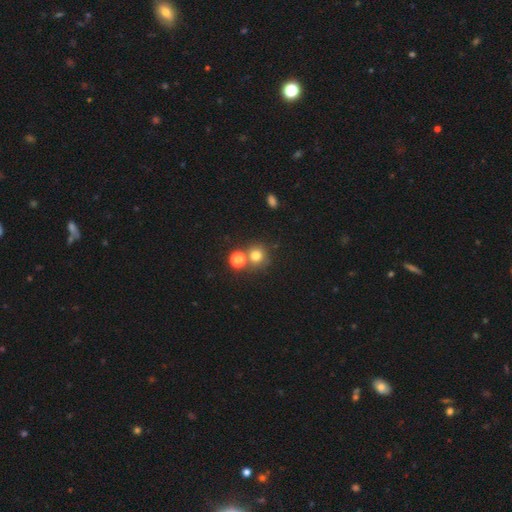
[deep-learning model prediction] Smooth or featured? smooth (75%)
How rounded? round (89%)
Merging? none (64%)